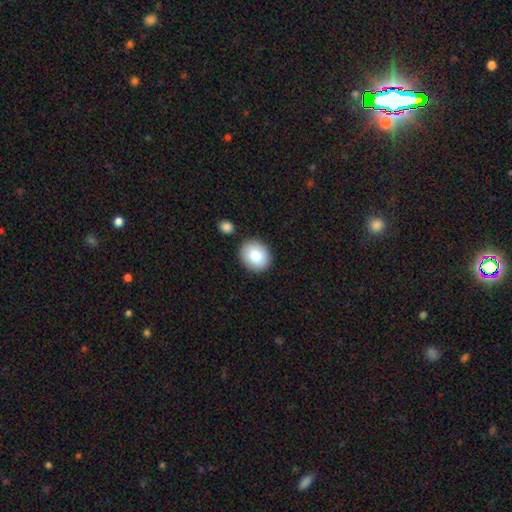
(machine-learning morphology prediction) Q: Smooth or featured?
A: smooth (84%); runner-up: featured or disk (9%)
Q: How rounded?
A: round (56%); runner-up: in between (43%)
Q: Merging?
A: none (85%); runner-up: minor disturbance (9%)